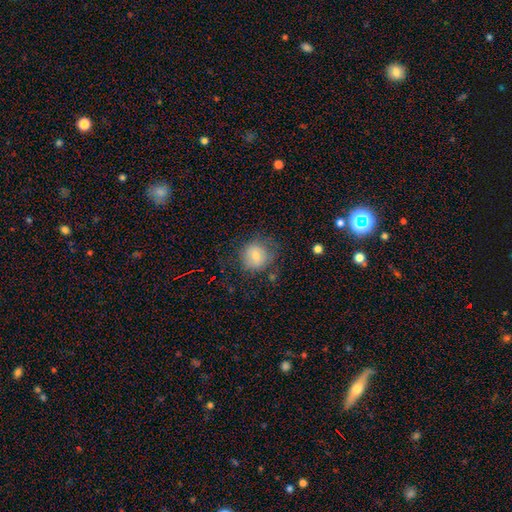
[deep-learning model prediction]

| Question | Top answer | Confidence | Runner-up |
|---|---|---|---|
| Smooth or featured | smooth | 74% | featured or disk (17%) |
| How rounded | round | 87% | in between (12%) |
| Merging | none | 66% | minor disturbance (21%) |